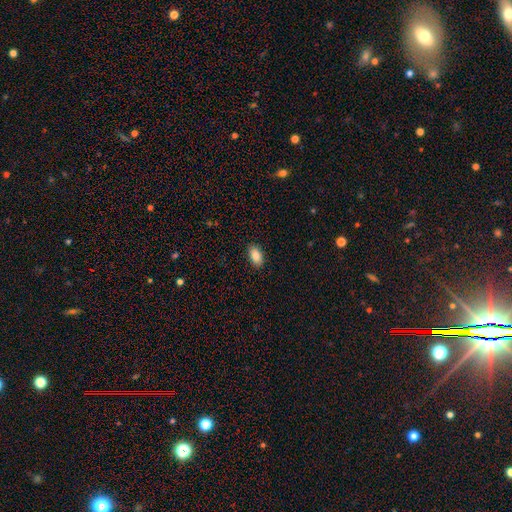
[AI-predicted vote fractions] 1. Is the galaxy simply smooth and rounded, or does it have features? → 88% smooth, 7% star or artifact, 5% featured or disk.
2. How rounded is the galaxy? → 93% in between, 5% round, 2% cigar-shaped.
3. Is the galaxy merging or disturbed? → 89% none, 8% minor disturbance, 2% major disturbance, 1% merger.